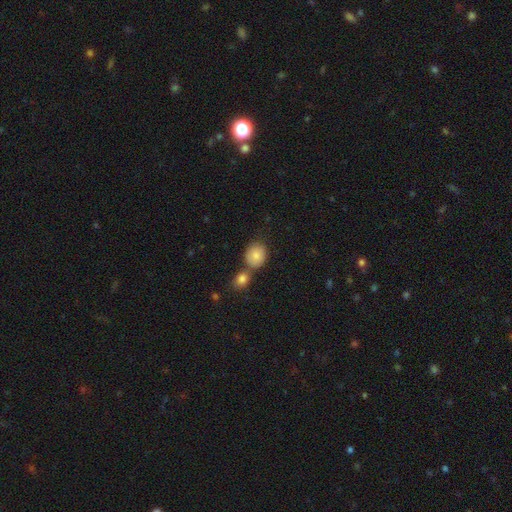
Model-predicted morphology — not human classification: Smooth or featured: smooth — 85% (star or artifact — 8%)
How rounded: round — 67% (in between — 31%)
Merging: none — 53% (merger — 32%)